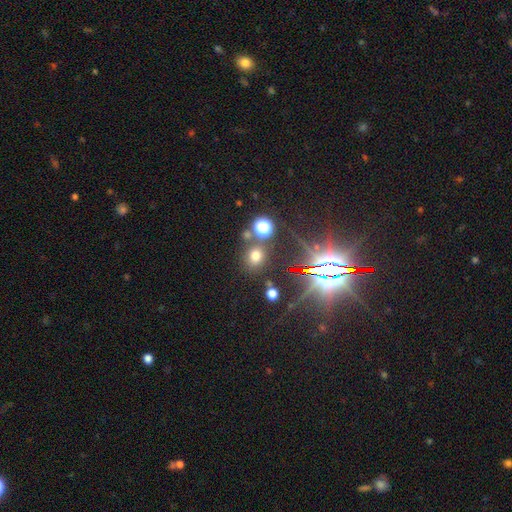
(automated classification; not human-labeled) Smooth or featured: smooth — 63% (star or artifact — 29%)
How rounded: round — 71% (in between — 28%)
Merging: none — 78% (merger — 9%)